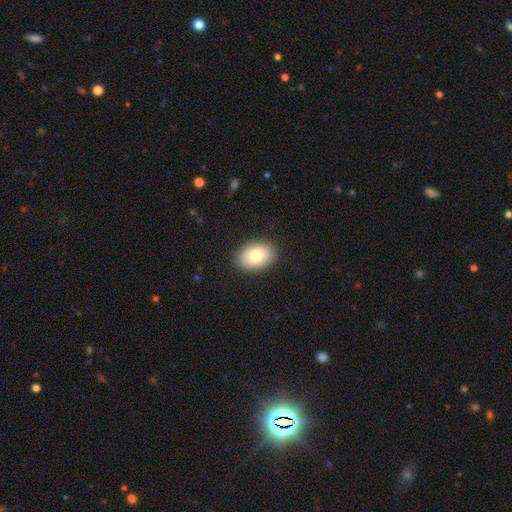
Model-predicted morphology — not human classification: This appears to be a smooth galaxy with no disk features (81%) that is in between round and cigar-shaped (83%). Merging: none (89%).